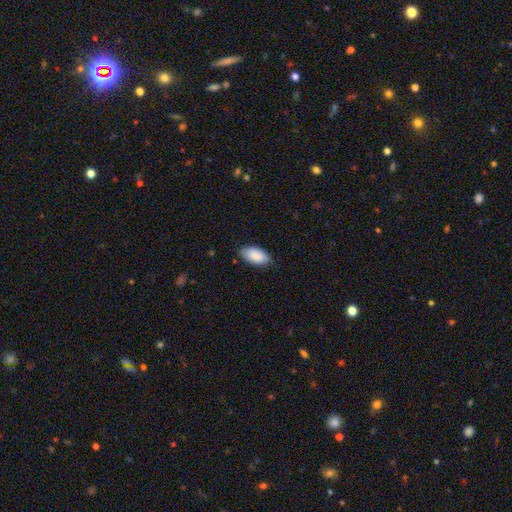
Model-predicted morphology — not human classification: Smooth or featured? smooth (85%)
How rounded? in between (94%)
Merging? none (79%)